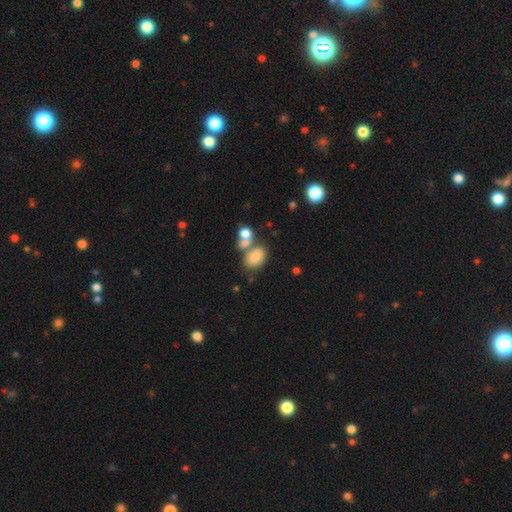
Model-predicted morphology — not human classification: A smooth galaxy with no disk features (60%) that is in between round and cigar-shaped (71%). Merging: none (48%).